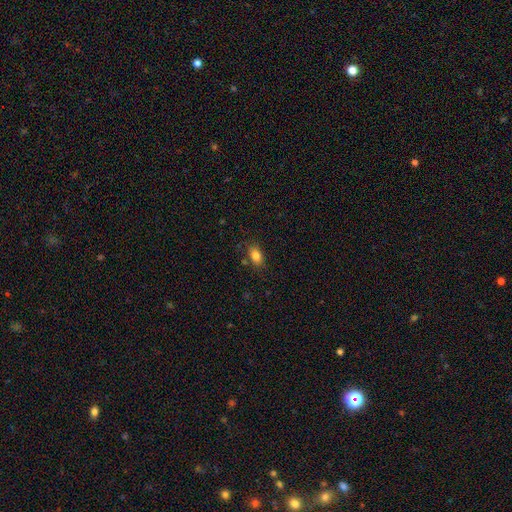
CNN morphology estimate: This is clearly a smooth galaxy (83%). How rounded: clearly in between (84%). Merging: likely none (79%).